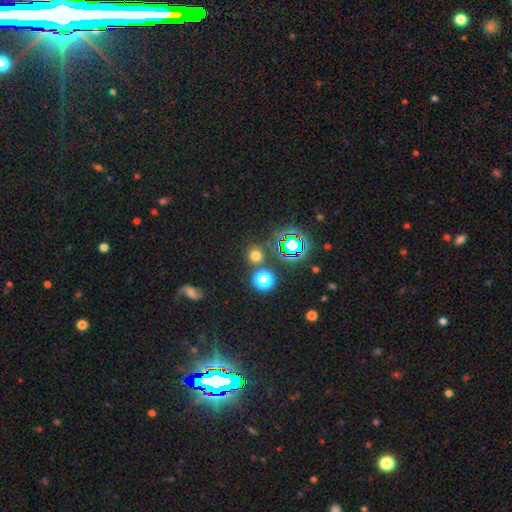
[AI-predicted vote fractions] Q: Smooth or featured?
A: smooth (64%); runner-up: star or artifact (30%)
Q: How rounded?
A: round (90%); runner-up: in between (9%)
Q: Merging?
A: none (80%); runner-up: merger (9%)